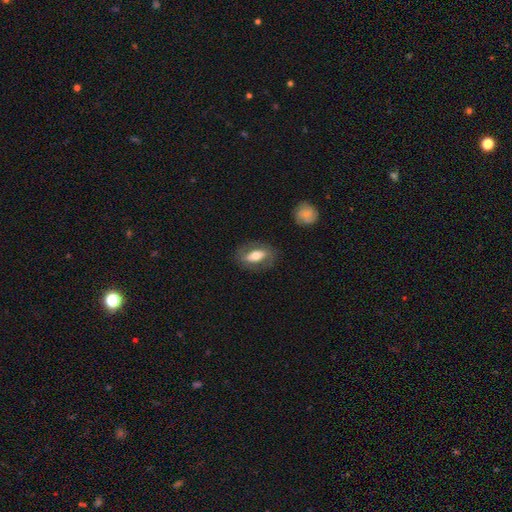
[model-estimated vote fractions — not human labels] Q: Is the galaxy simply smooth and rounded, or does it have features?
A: smooth — 48%.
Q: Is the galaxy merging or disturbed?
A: none — 78%.